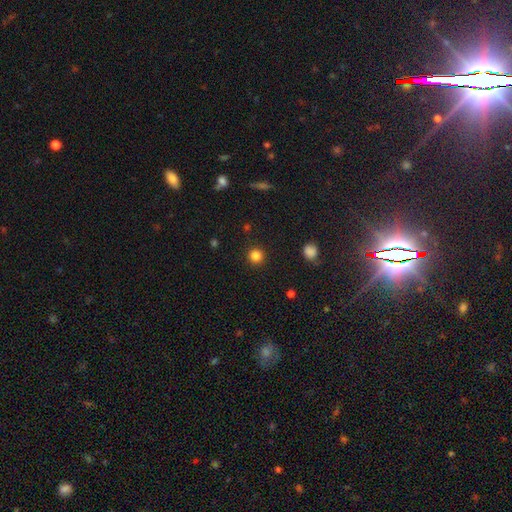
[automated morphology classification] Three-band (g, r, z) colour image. It shows a smooth galaxy with no disk features (84%) that is round (94%). Merging: none (91%).